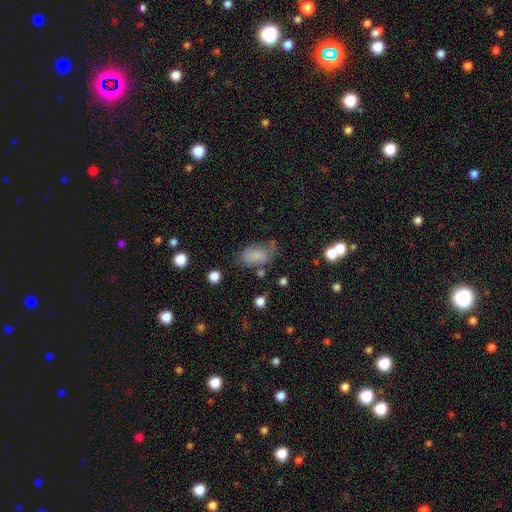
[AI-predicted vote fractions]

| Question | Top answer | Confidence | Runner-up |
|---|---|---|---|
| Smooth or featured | smooth | 74% | featured or disk (15%) |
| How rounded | in between | 87% | round (11%) |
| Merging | none | 49% | minor disturbance (29%) |